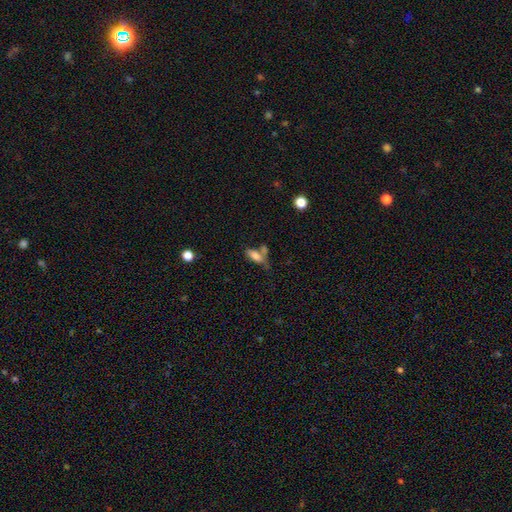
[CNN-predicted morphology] A smooth galaxy with no disk features (72%) that is in between round and cigar-shaped (78%).

Vote fractions:
- Smooth or featured? smooth: 72% / featured or disk: 18% / star or artifact: 10%
- How rounded? in between: 78% / cigar-shaped: 18% / round: 4%
- Merging? none: 39% / merger: 32% / minor disturbance: 18% / major disturbance: 11%